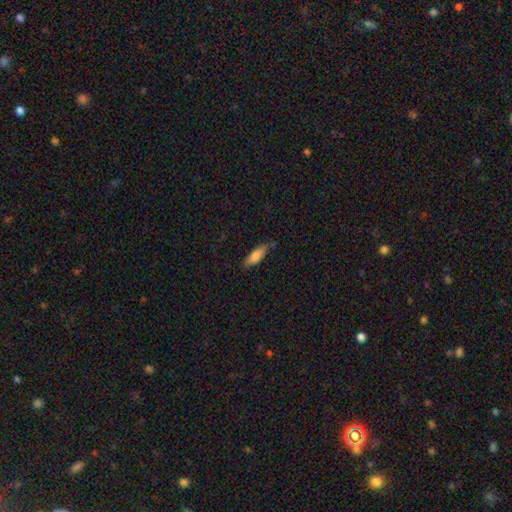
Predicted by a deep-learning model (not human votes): This appears to be a smooth galaxy with no disk features (75%) that is cigar-shaped (51%). Merging: none (75%).